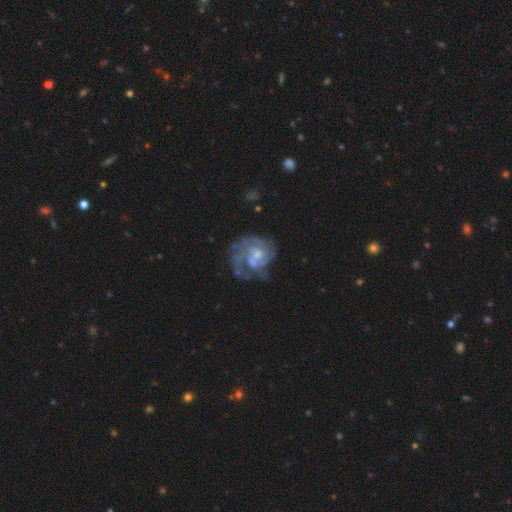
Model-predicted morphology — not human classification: This appears to be a featured or disk galaxy (75%) with no bar (73%), spiral arms (67%) and a moderate central bulge (41%). Merging: none (41%).